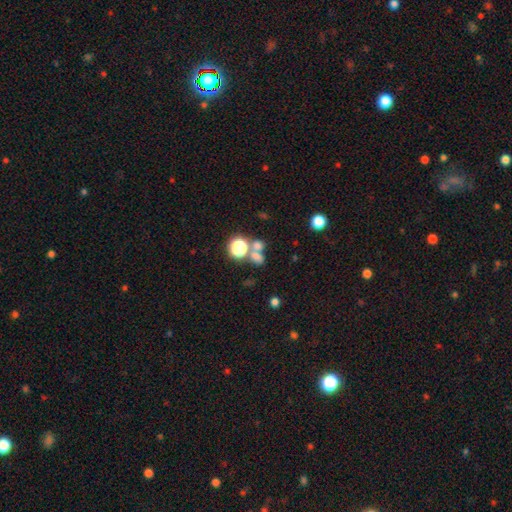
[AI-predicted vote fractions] Smooth or featured? smooth (64%)
How rounded? round (57%)
Merging? none (44%)